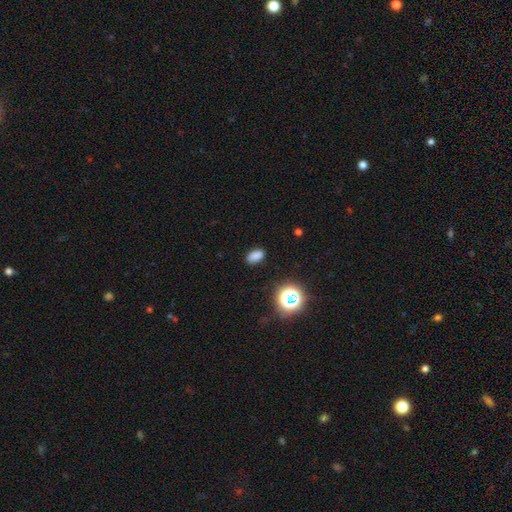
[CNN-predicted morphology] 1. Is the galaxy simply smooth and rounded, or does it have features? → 78% smooth, 17% star or artifact, 5% featured or disk.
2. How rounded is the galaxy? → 87% in between, 10% round, 2% cigar-shaped.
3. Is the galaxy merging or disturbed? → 84% none, 11% minor disturbance, 3% major disturbance, 2% merger.